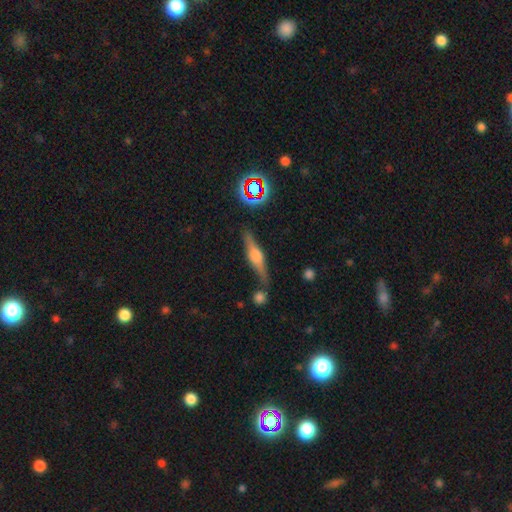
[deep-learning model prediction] Morphology: type=featured or disk (71%); edge-on=yes (96%); edge-on bulge=rounded (83%); merging=none (78%).